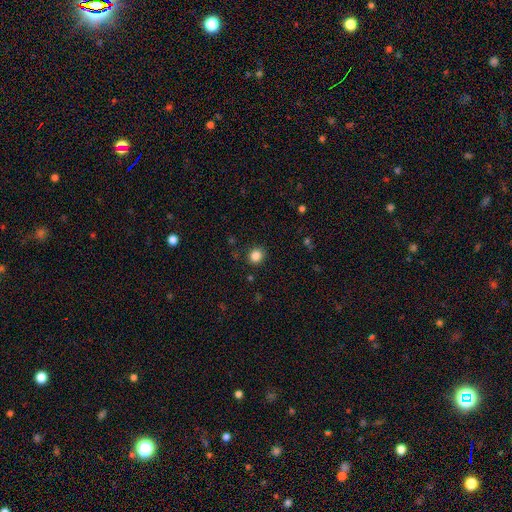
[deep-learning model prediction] This appears to be a smooth galaxy with no disk features (85%) that is round (80%). Merging: none (89%).